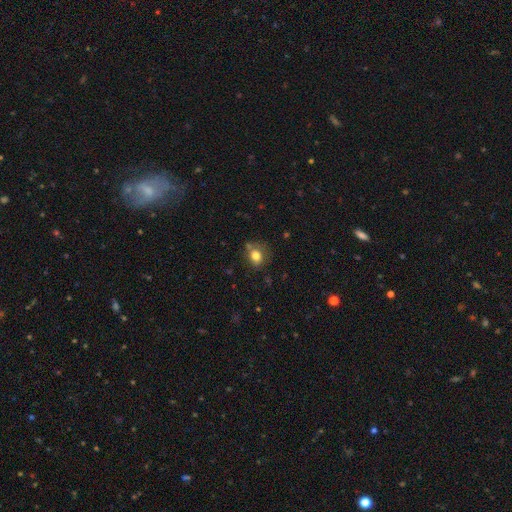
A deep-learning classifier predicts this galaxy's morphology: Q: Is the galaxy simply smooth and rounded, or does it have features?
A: smooth — 79%.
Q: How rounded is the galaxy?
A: round — 62%.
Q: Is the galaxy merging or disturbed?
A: none — 65%.